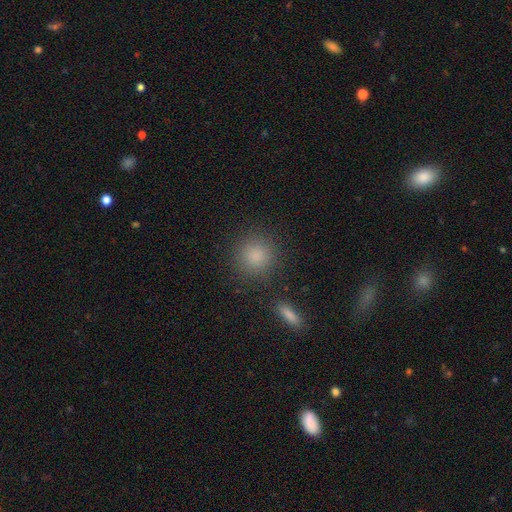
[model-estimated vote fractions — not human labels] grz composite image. It shows a smooth galaxy with no disk features (84%) that is round (92%). Merging: none (85%).